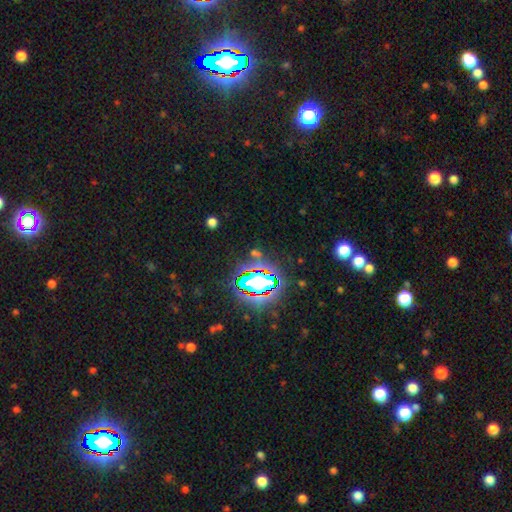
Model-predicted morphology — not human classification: type=star or artifact (71%).